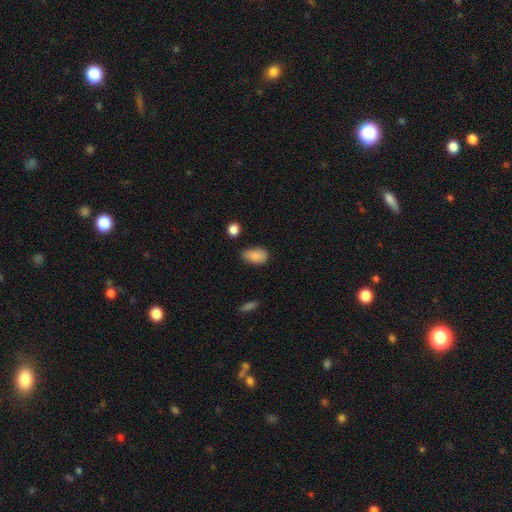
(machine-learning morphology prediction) A smooth galaxy with no disk features (87%) that is in between round and cigar-shaped (91%).

Vote fractions:
- Smooth or featured? smooth: 87% / star or artifact: 8% / featured or disk: 6%
- How rounded? in between: 91% / round: 7% / cigar-shaped: 2%
- Merging? none: 64% / minor disturbance: 28% / major disturbance: 5% / merger: 3%